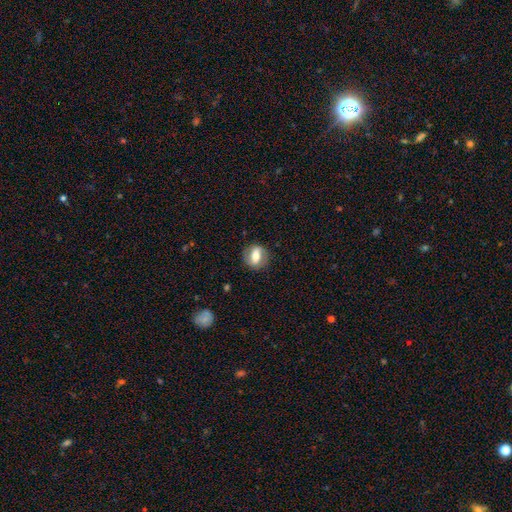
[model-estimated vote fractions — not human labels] This appears to be a smooth galaxy with no disk features (49%). Merging: none (79%).